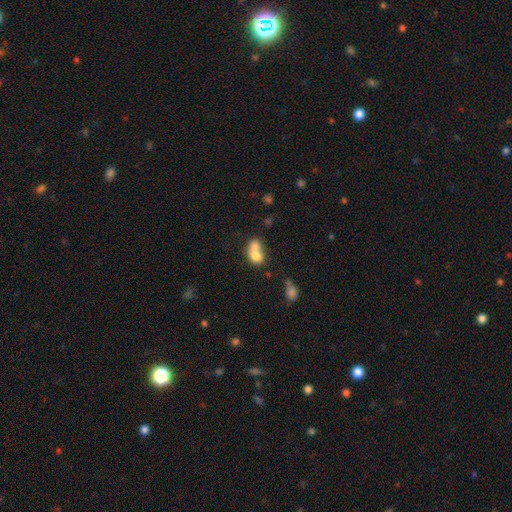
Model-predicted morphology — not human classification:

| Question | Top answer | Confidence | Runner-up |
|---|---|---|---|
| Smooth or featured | smooth | 72% | featured or disk (19%) |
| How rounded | in between | 53% | round (45%) |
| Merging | merger | 70% | none (19%) |